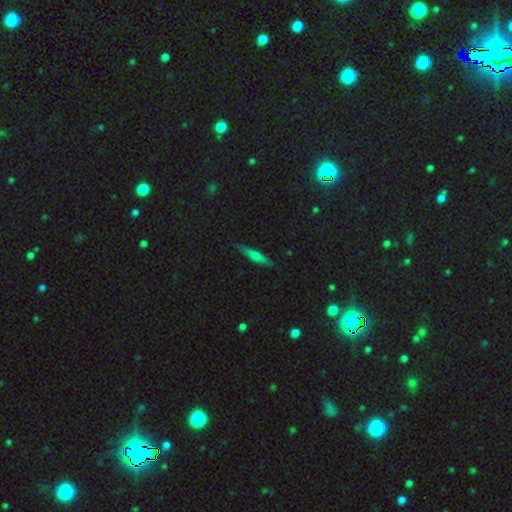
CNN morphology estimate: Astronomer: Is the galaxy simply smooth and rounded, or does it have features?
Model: smooth — 47% (runner-up: featured or disk, 44%).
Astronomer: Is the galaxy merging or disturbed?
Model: none — 88%.